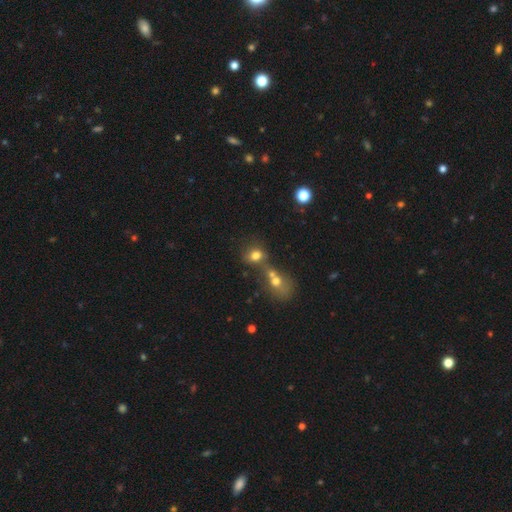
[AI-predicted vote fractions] Q: Smooth or featured?
A: smooth (71%); runner-up: star or artifact (15%)
Q: How rounded?
A: round (61%); runner-up: in between (38%)
Q: Merging?
A: merger (54%); runner-up: none (30%)